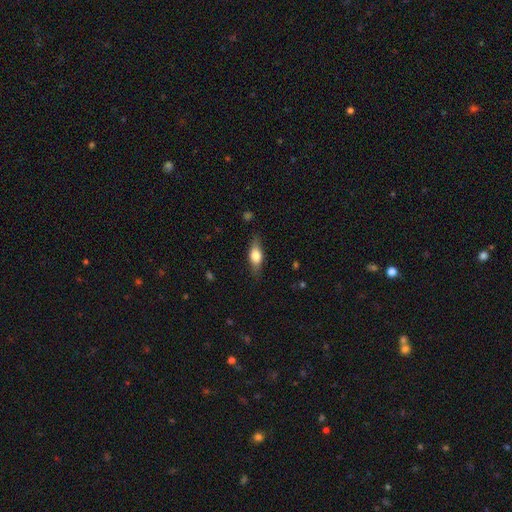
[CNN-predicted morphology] A smooth galaxy with no disk features (64%) that is in between round and cigar-shaped (69%).

Vote fractions:
- Smooth or featured? smooth: 64% / featured or disk: 29% / star or artifact: 7%
- How rounded? in between: 69% / cigar-shaped: 26% / round: 5%
- Merging? none: 80% / minor disturbance: 15% / major disturbance: 4% / merger: 1%